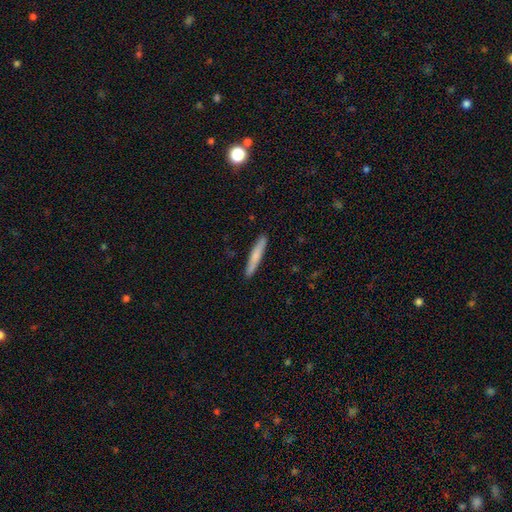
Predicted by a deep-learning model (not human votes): Smooth or featured?
  - smooth: 71% *
  - featured or disk: 24%
  - star or artifact: 5%
How rounded?
  - cigar-shaped: 95% *
  - in between: 4%
  - round: 1%
Merging?
  - none: 91% *
  - minor disturbance: 7%
  - major disturbance: 1%
  - merger: 1%